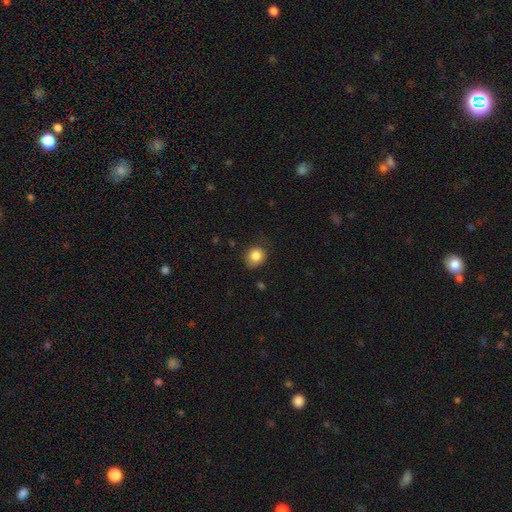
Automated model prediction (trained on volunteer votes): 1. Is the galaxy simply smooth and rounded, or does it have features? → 84% smooth, 10% star or artifact, 6% featured or disk.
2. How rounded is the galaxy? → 77% round, 23% in between, 1% cigar-shaped.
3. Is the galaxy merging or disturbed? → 73% none, 20% minor disturbance, 5% major disturbance, 1% merger.